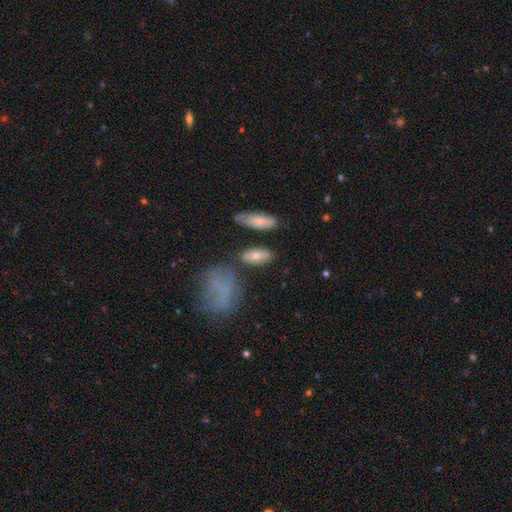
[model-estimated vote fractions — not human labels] This appears to be a smooth galaxy with no disk features (65%) that is in between round and cigar-shaped (76%). Merging: none (69%).